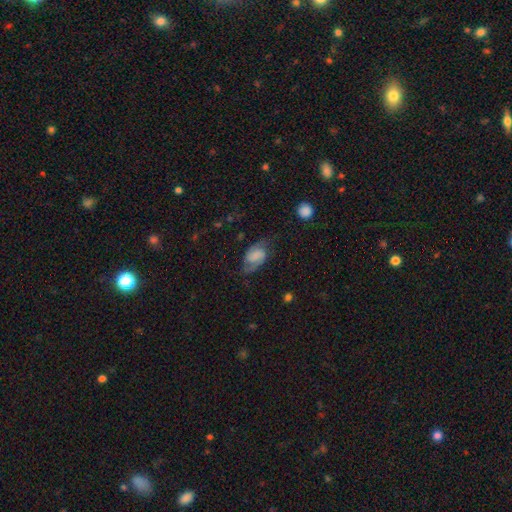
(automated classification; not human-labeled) This is likely a featured or disk galaxy (62%). It is clearly not viewed edge-on (97%). Bar: marginally weak (43%). Spiral arm pattern: clearly yes (91%). Spiral arm count: clearly 2 (89%). Spiral winding: possibly medium (45%). Central bulge: possibly none (50%). Merging: likely none (61%).